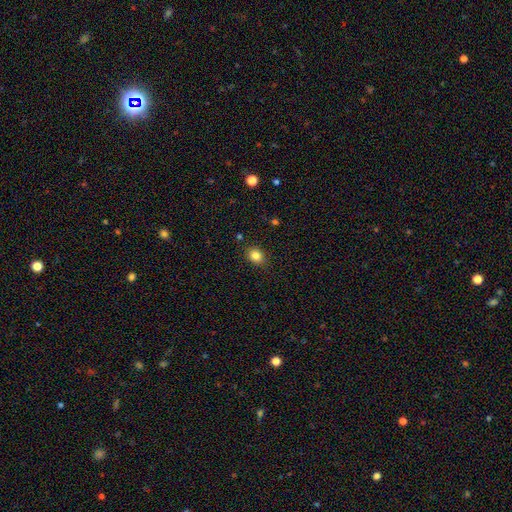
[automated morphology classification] Smooth or featured? Predicted: smooth (p=0.83). How rounded? Predicted: round (p=0.60). Merging? Predicted: none (p=0.87).